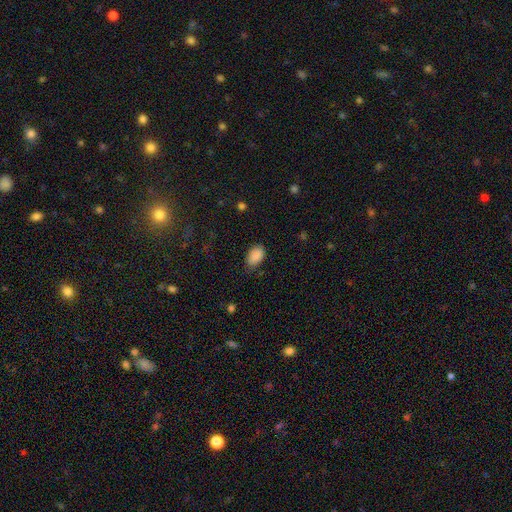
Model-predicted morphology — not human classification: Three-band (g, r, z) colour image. It shows a smooth galaxy with no disk features (89%) that is in between round and cigar-shaped (91%). Merging: none (73%).